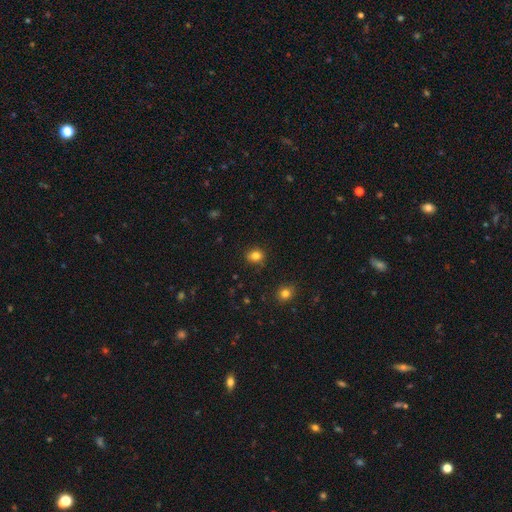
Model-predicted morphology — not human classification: smooth_or_featured: smooth (p=0.82) [alt: star or artifact p=0.13]
how_rounded: round (p=0.68) [alt: in between p=0.31]
merging: none (p=0.82) [alt: minor disturbance p=0.13]